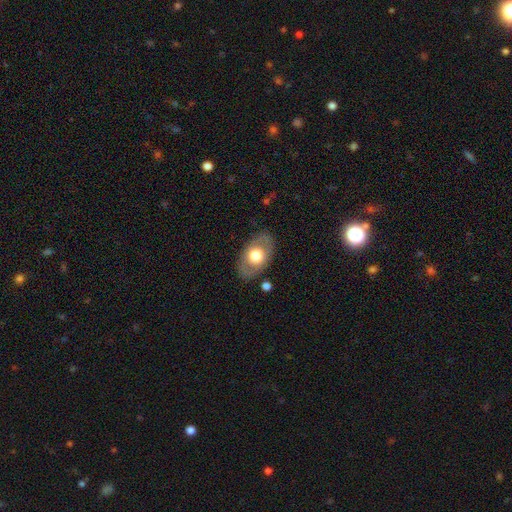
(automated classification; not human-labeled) A smooth galaxy with no disk features (53%) that is in between round and cigar-shaped (86%). Merging: none (83%).